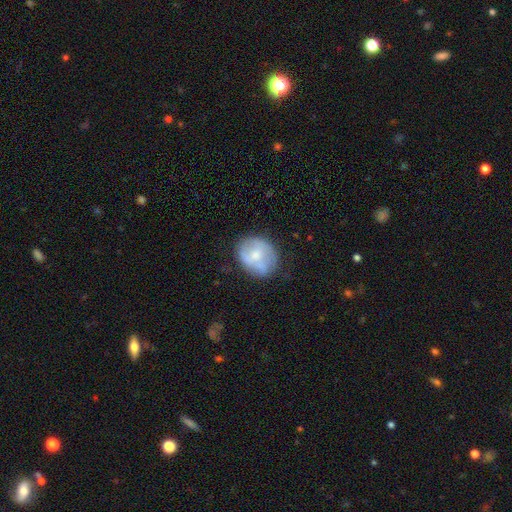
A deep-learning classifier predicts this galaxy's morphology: Smooth or featured? smooth (54%)
How rounded? round (60%)
Merging? none (62%)